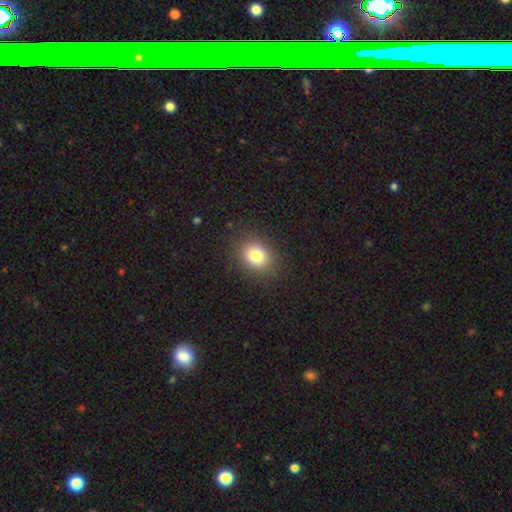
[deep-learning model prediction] Overall: smooth (81%). How rounded: round (57%; in between 43%). Merging: none (88%).